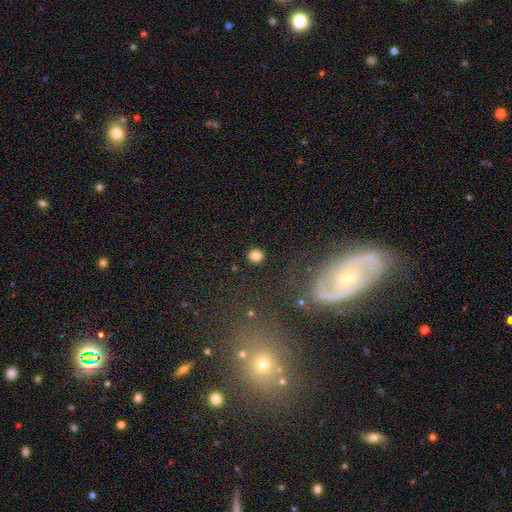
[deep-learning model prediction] Overall: smooth (82%). How rounded: round (87%). Merging: none (90%).